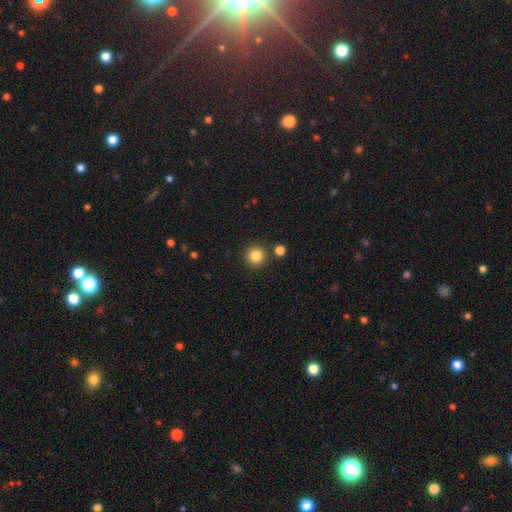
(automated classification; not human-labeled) Overall: smooth (85%). How rounded: round (95%). Merging: none (87%).